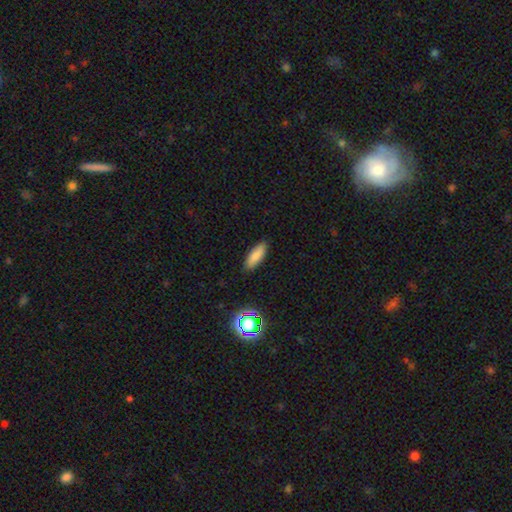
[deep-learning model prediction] This appears to be a smooth galaxy with no disk features (84%) that is in between round and cigar-shaped (66%). Merging: none (87%).